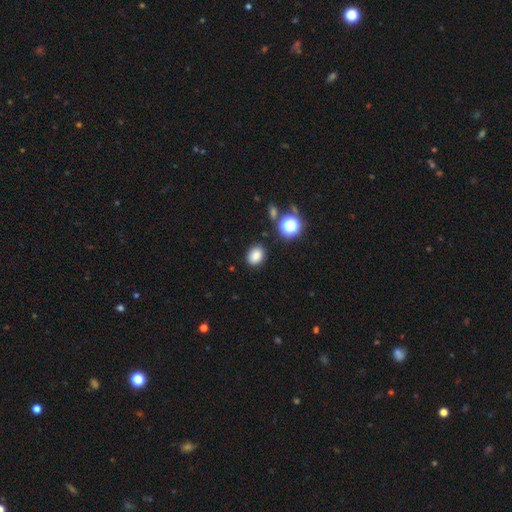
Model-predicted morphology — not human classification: type=smooth (82%); roundness=in between (59%); merging=none (84%).